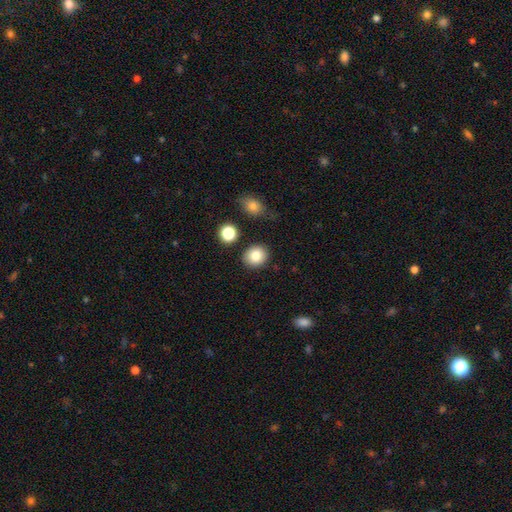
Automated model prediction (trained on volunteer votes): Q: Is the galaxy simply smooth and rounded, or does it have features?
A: smooth — 83%.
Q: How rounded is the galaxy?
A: round — 74%.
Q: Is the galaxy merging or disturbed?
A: none — 85%.